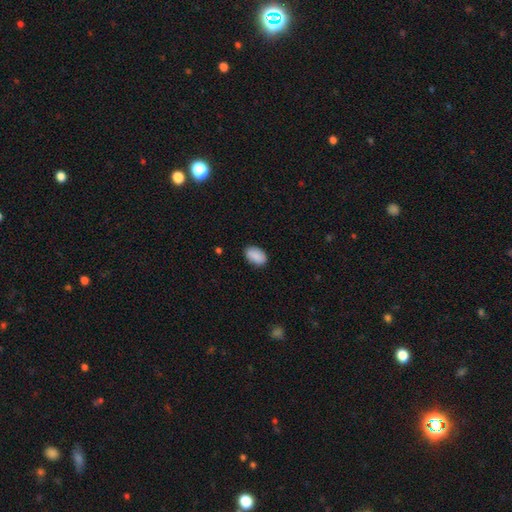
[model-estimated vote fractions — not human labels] The model was most divided on "merging": none: 85%, minor disturbance: 12%, major disturbance: 2%, merger: 1%. More confident: how rounded — in between (91%); smooth or featured — smooth (90%).